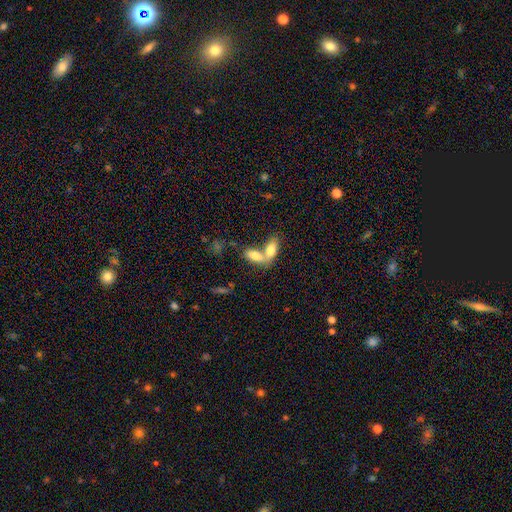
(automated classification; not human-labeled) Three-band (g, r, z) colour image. It shows a smooth galaxy with no disk features (77%) that is in between round and cigar-shaped (85%). Merging: merger (69%).